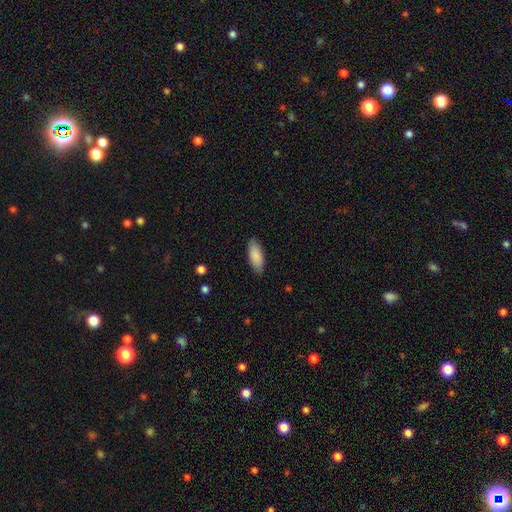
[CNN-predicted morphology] Smooth or featured? smooth (88%)
How rounded? in between (79%)
Merging? none (86%)